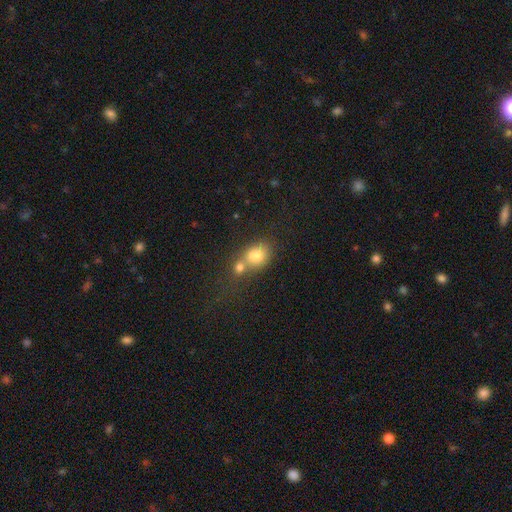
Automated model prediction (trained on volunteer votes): This appears to be a smooth galaxy with no disk features (77%) that is in between round and cigar-shaped (60%). Merging: merger (53%).